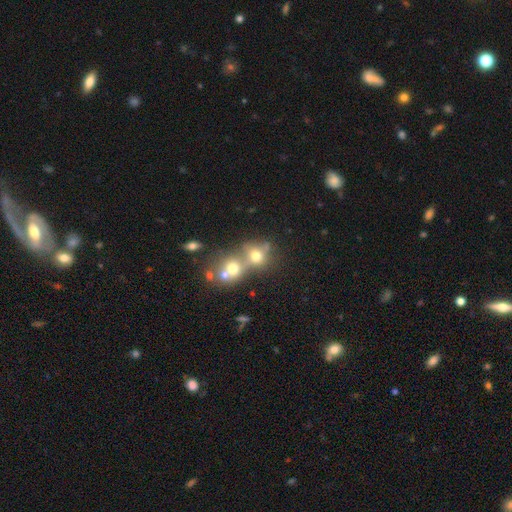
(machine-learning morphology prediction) Smooth or featured? smooth (65%)
How rounded? round (76%)
Merging? merger (52%)